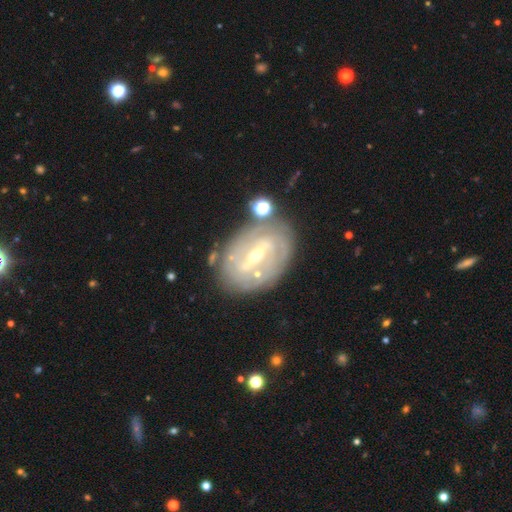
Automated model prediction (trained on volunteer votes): Overall: featured or disk (85%). Edge-on disk: no (94%). Bar: strong (55%; weak 35%). Spiral arms: yes (86%). Spiral arm count: 2 (42%; can't tell 34%). Spiral winding: tight (63%; medium 27%). Bulge size: small (54%; moderate 43%). Merging: none (74%).